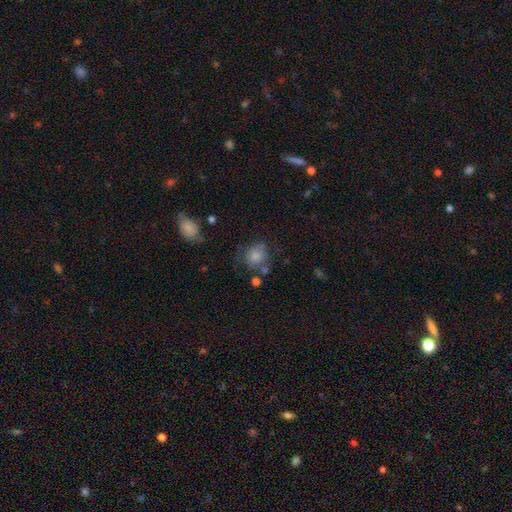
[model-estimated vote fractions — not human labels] Smooth or featured: smooth — 79% (featured or disk — 11%)
How rounded: round — 68% (in between — 31%)
Merging: none — 54% (minor disturbance — 24%)